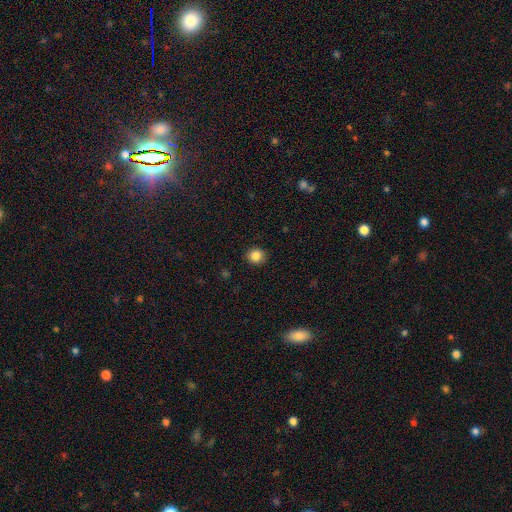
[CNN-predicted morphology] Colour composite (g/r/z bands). It shows a smooth galaxy with no disk features (85%) that is round (82%). Merging: none (89%).